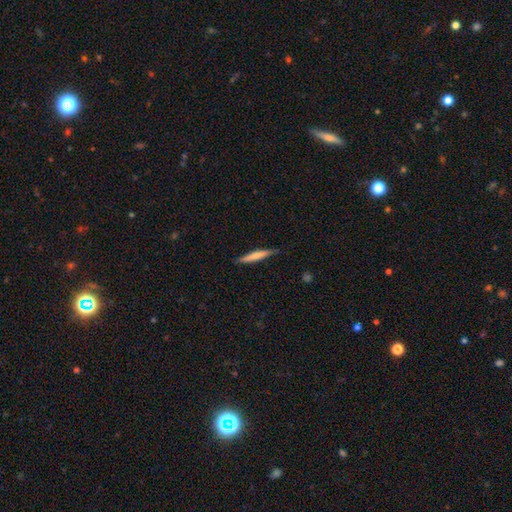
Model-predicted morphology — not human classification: smooth-or-featured: smooth: 62% | featured or disk: 33% | star or artifact: 5%
  how-rounded: cigar-shaped: 94% | in between: 4% | round: 1%
  merging: none: 84% | minor disturbance: 13% | major disturbance: 2% | merger: 1%